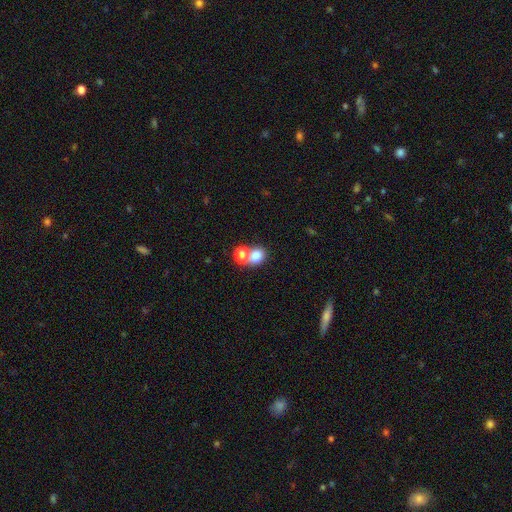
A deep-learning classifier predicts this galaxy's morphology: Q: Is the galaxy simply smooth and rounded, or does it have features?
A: smooth — 77%.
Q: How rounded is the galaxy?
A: round — 62%.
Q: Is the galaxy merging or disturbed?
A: merger — 45%.